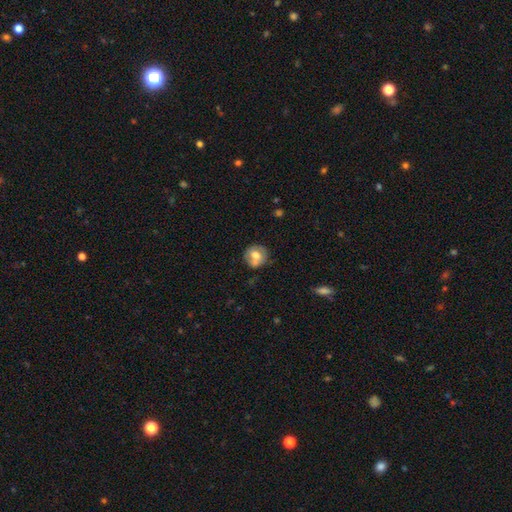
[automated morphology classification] This appears to be a smooth galaxy with no disk features (61%) that is round (84%). Merging: none (65%).